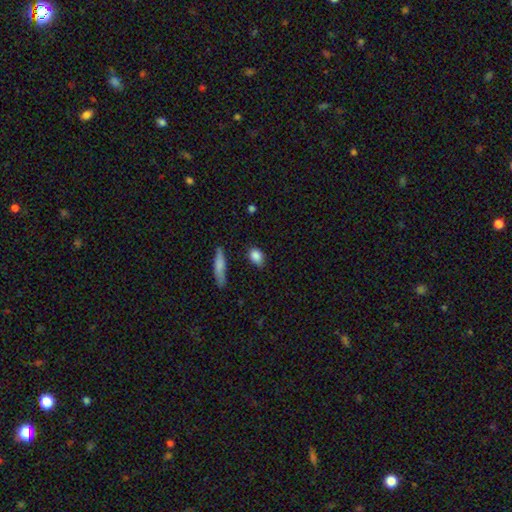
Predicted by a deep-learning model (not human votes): Smooth or featured? smooth (86%)
How rounded? in between (74%)
Merging? none (79%)